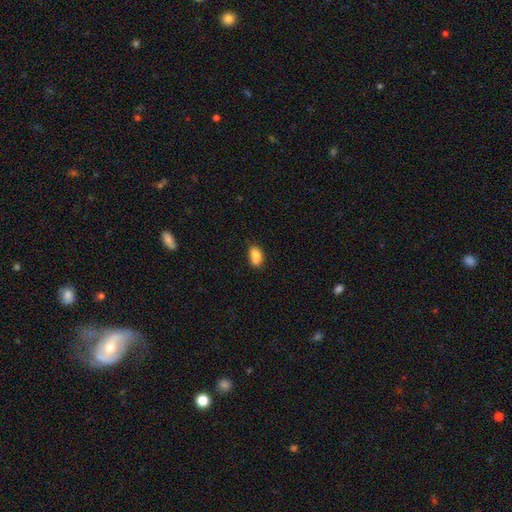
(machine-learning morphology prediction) type=smooth (81%); roundness=in between (85%); merging=none (55%).